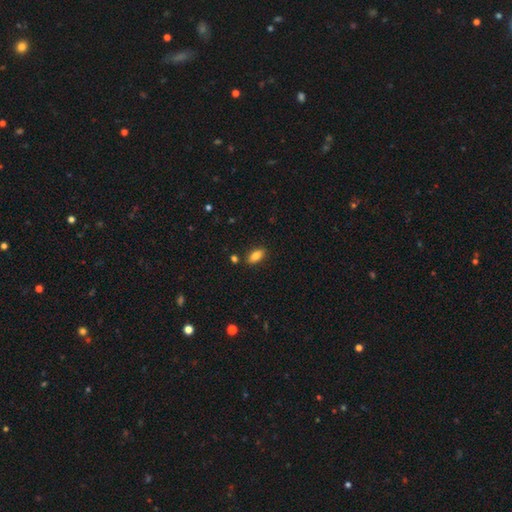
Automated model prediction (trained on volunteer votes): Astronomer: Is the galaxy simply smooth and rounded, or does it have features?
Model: smooth — 84%.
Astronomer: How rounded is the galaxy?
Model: in between — 88%.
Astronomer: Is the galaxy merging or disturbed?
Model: none — 85%.